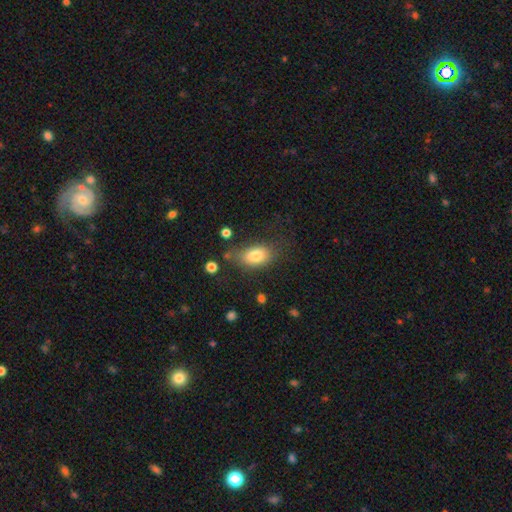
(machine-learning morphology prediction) Smooth or featured? smooth (80%)
How rounded? in between (86%)
Merging? none (63%)